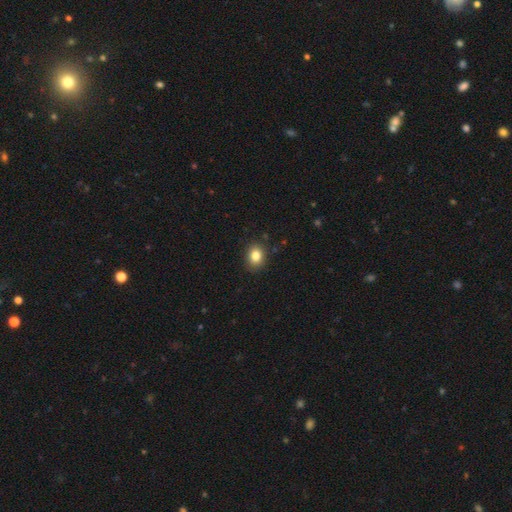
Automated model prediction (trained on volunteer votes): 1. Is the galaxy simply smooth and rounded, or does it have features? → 84% smooth, 10% star or artifact, 6% featured or disk.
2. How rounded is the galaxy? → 52% round, 48% in between, 1% cigar-shaped.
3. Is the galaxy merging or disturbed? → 88% none, 9% minor disturbance, 2% major disturbance, 1% merger.